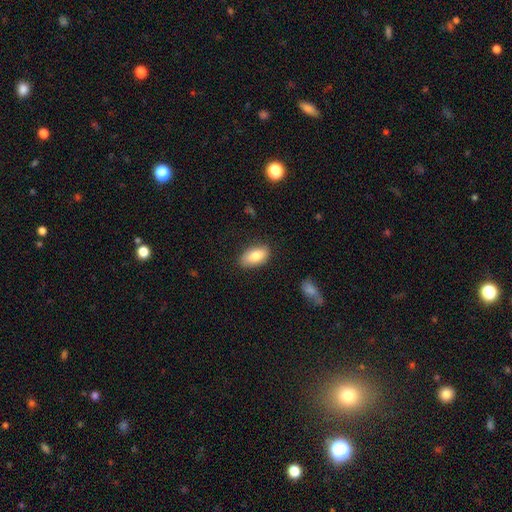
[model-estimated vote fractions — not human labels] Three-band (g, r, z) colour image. It shows a smooth galaxy with no disk features (81%) that is in between round and cigar-shaped (92%). Merging: none (84%).